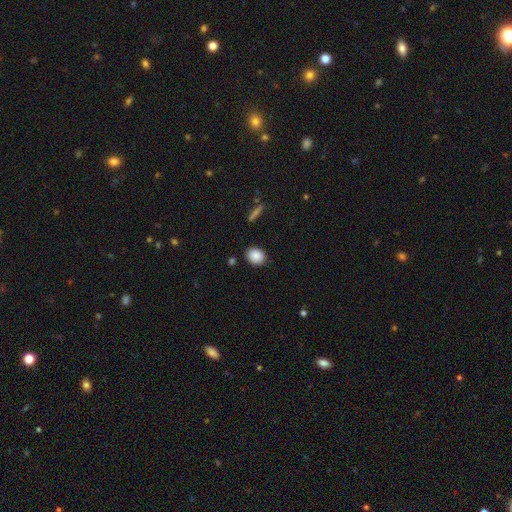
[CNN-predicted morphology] The model was most divided on "how rounded": round: 59%, in between: 40%, cigar-shaped: 1%. More confident: smooth or featured — smooth (87%); merging — none (87%).